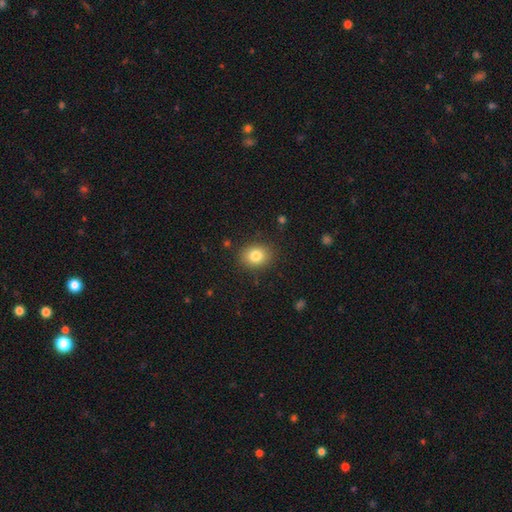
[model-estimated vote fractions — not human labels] Smooth or featured?
  - smooth: 82% *
  - star or artifact: 10%
  - featured or disk: 8%
How rounded?
  - round: 53% *
  - in between: 46%
  - cigar-shaped: 1%
Merging?
  - none: 87% *
  - minor disturbance: 9%
  - major disturbance: 3%
  - merger: 1%